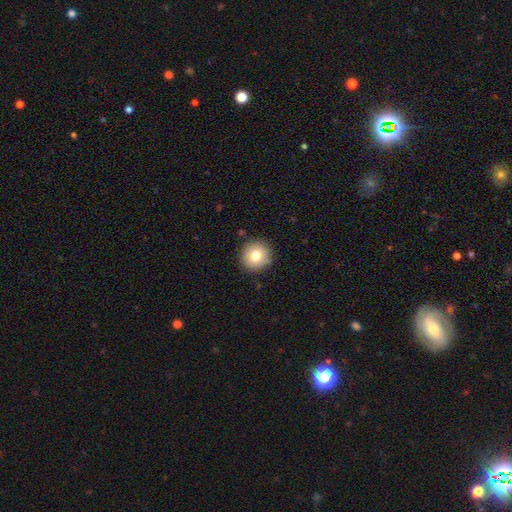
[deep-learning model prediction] Smooth or featured: smooth — 78% (featured or disk — 12%)
How rounded: round — 93% (in between — 6%)
Merging: none — 88% (minor disturbance — 8%)